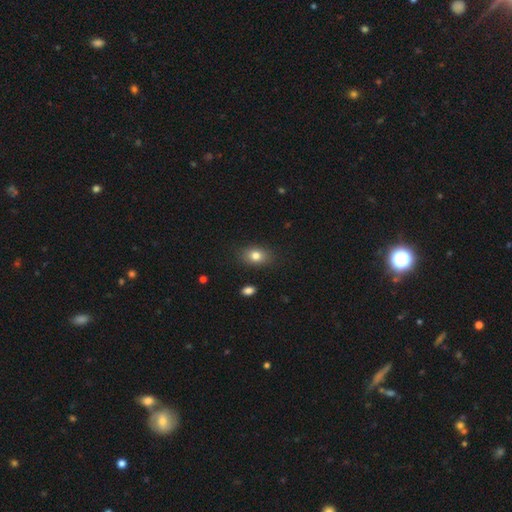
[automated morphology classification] The model was most divided on "how rounded": in between: 76%, round: 23%, cigar-shaped: 2%. More confident: merging — none (85%); smooth or featured — smooth (79%).